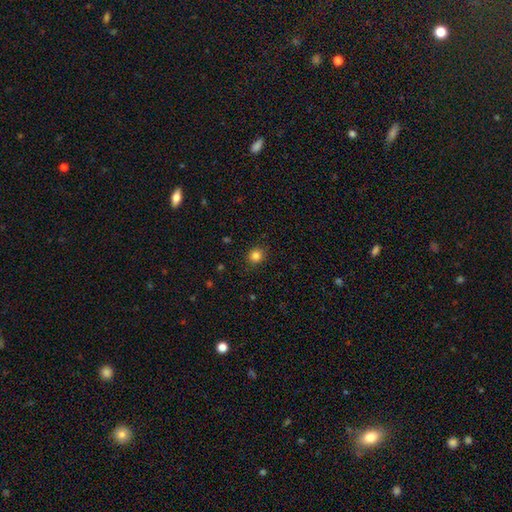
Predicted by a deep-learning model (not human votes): A smooth galaxy with no disk features (83%) that is round (86%).

Vote fractions:
- Smooth or featured? smooth: 83% / star or artifact: 12% / featured or disk: 5%
- How rounded? round: 86% / in between: 13% / cigar-shaped: 1%
- Merging? none: 90% / minor disturbance: 7% / major disturbance: 2% / merger: 1%